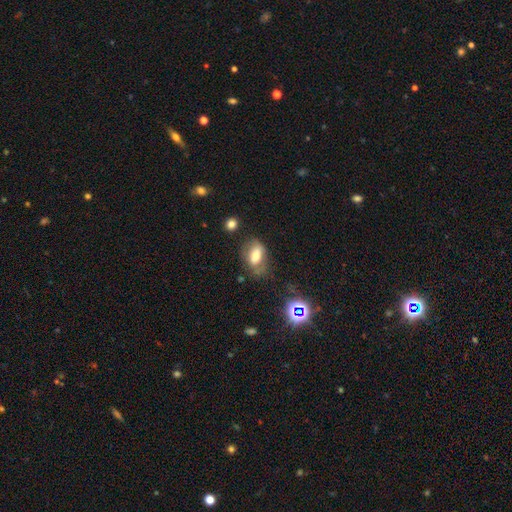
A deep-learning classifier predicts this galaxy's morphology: smooth-or-featured: smooth: 64% | featured or disk: 25% | star or artifact: 11%
  how-rounded: in between: 87% | round: 10% | cigar-shaped: 3%
  merging: none: 54% | minor disturbance: 27% | major disturbance: 15% | merger: 4%